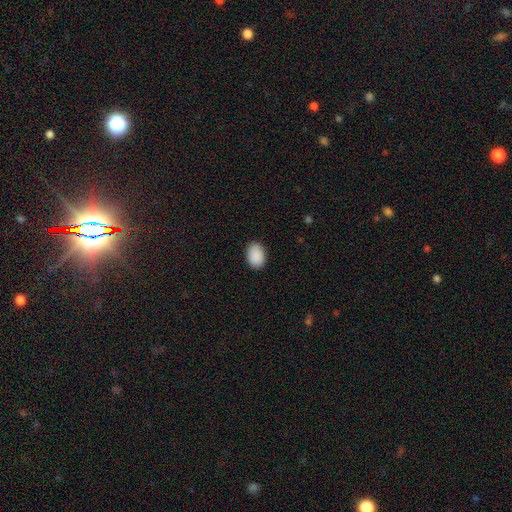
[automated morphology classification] This is clearly a smooth galaxy (91%). How rounded: clearly in between (83%). Merging: clearly none (88%).